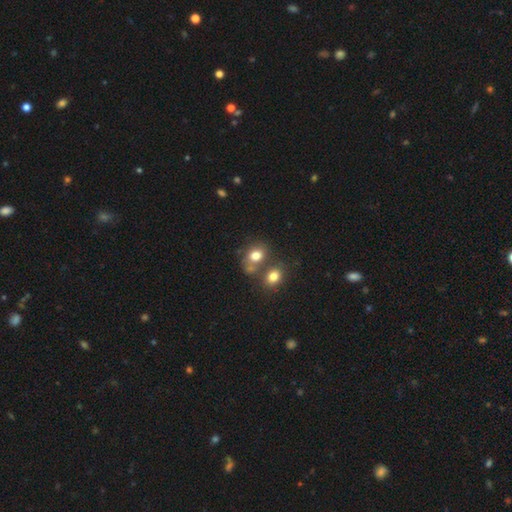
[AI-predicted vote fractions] smooth_or_featured: smooth (p=0.77) [alt: featured or disk p=0.12]
how_rounded: round (p=0.52) [alt: in between p=0.47]
merging: none (p=0.42) [alt: merger p=0.41]